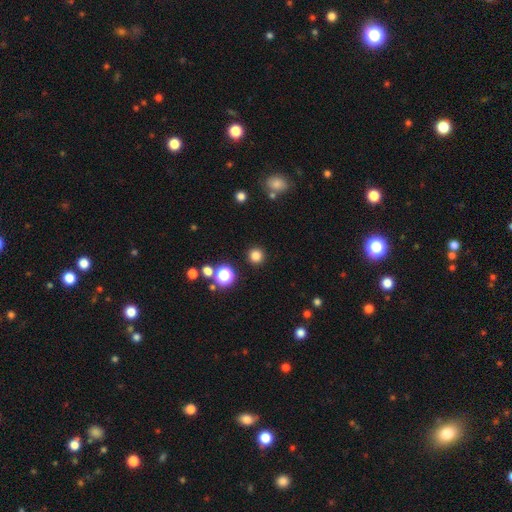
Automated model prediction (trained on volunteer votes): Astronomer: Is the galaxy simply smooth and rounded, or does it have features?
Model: smooth — 80%.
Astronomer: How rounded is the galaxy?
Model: round — 95%.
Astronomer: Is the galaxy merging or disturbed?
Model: none — 91%.